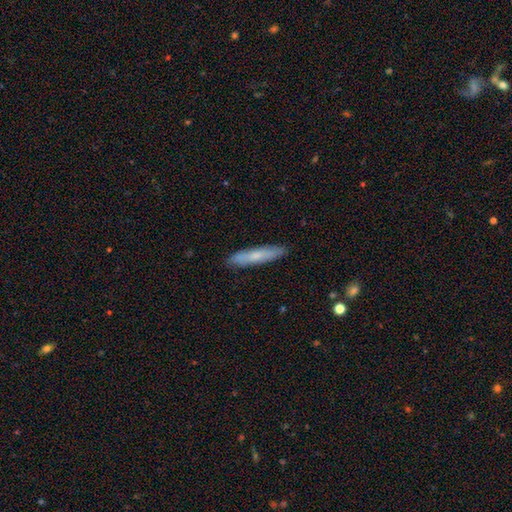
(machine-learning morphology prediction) A smooth galaxy with no disk features (65%) that is cigar-shaped (89%). Merging: none (89%).